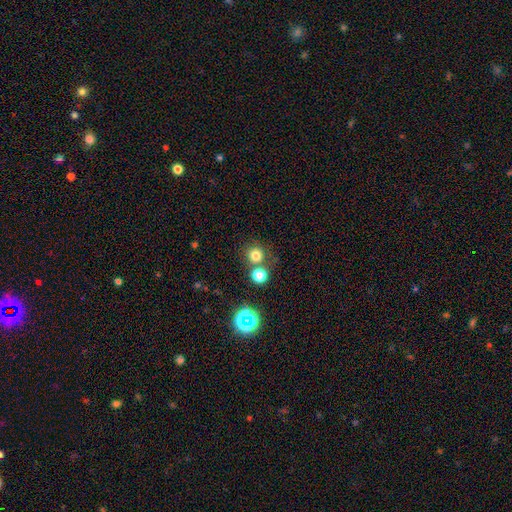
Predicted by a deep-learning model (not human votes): Morphology: type=smooth (76%); roundness=round (92%); merging=none (68%).